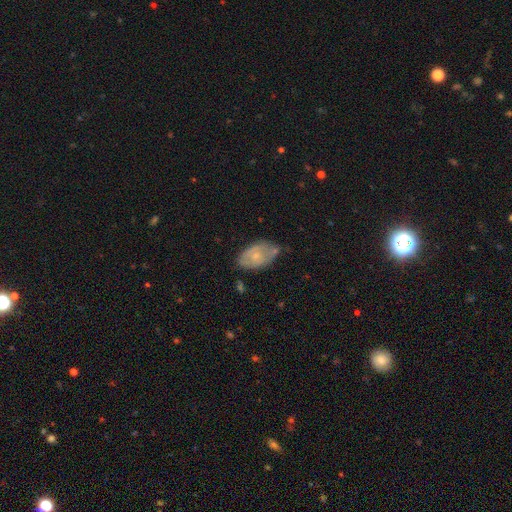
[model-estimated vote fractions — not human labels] Q: Smooth or featured?
A: smooth (51%); runner-up: featured or disk (43%)
Q: How rounded?
A: in between (91%); runner-up: round (8%)
Q: Merging?
A: none (51%); runner-up: minor disturbance (33%)